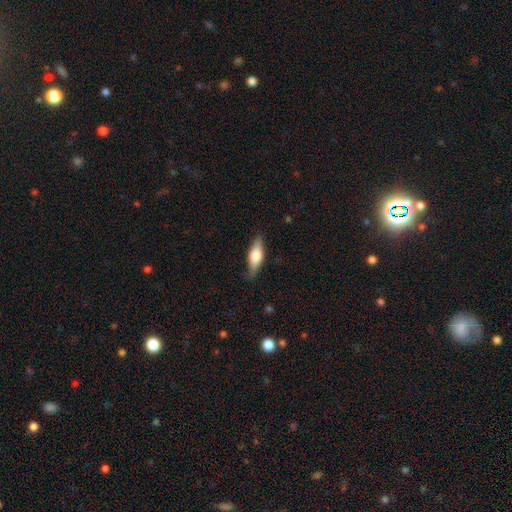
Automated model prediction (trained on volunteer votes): A smooth galaxy with no disk features (54%) that is in between round and cigar-shaped (52%).

Vote fractions:
- Smooth or featured? smooth: 54% / featured or disk: 40% / star or artifact: 6%
- How rounded? in between: 52% / cigar-shaped: 45% / round: 3%
- Merging? none: 79% / minor disturbance: 16% / major disturbance: 3% / merger: 1%